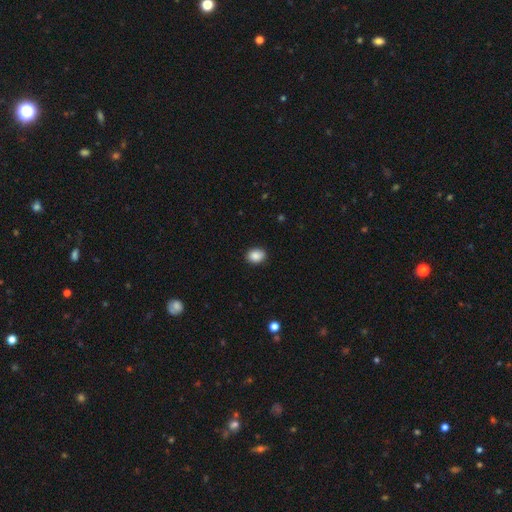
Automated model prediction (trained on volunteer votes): The model was most divided on "how rounded": in between: 59%, round: 40%, cigar-shaped: 1%. More confident: merging — none (89%); smooth or featured — smooth (88%).